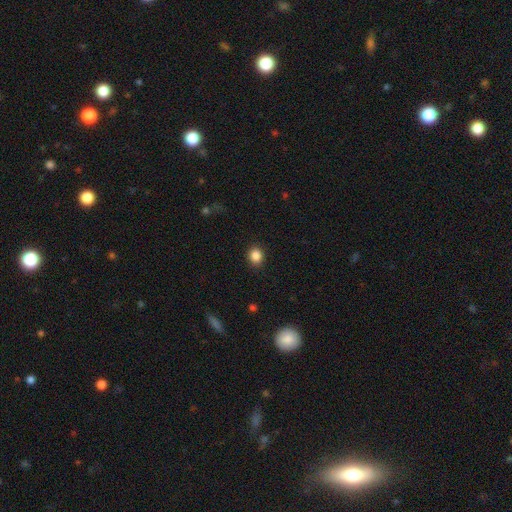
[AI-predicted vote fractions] smooth-or-featured: smooth: 86% | star or artifact: 10% | featured or disk: 4%
  how-rounded: round: 70% | in between: 29% | cigar-shaped: 1%
  merging: none: 90% | minor disturbance: 7% | major disturbance: 2% | merger: 1%